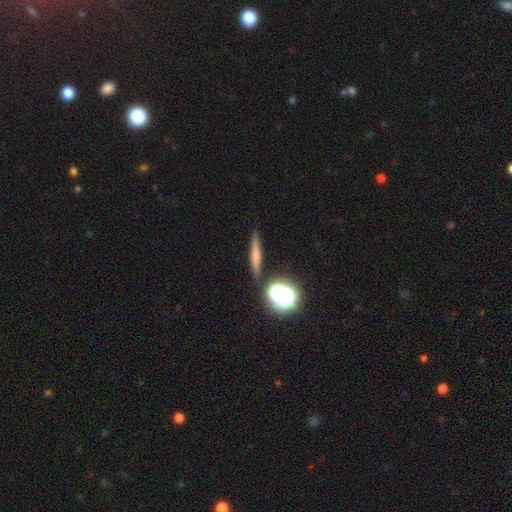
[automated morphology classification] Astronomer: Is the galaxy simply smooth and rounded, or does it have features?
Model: smooth — 52% (runner-up: featured or disk, 33%).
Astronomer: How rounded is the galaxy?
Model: cigar-shaped — 74%.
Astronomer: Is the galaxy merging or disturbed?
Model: none — 82%.